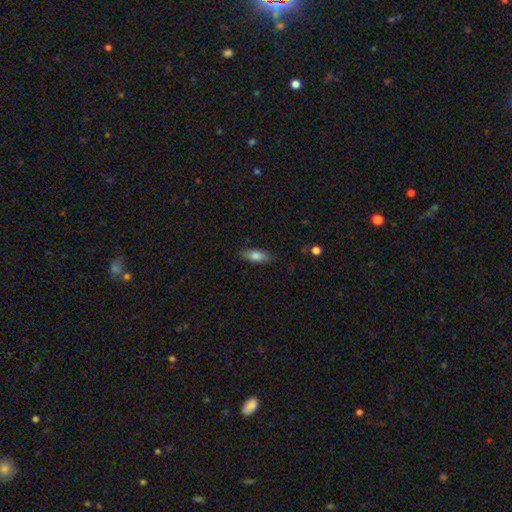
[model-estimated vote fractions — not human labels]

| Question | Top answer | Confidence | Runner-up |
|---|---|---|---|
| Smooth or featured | smooth | 79% | featured or disk (15%) |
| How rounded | in between | 65% | cigar-shaped (33%) |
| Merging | none | 85% | minor disturbance (11%) |